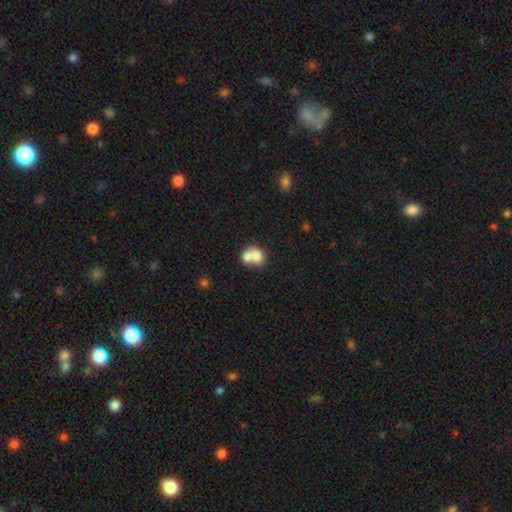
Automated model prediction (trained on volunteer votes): A smooth galaxy with no disk features (71%) that is round (52%). Merging: merger (71%).